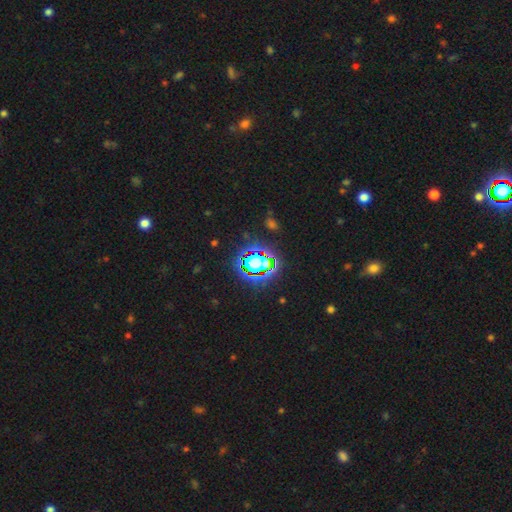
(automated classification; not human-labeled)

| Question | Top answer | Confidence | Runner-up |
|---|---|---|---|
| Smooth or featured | star or artifact | 68% | smooth (20%) |